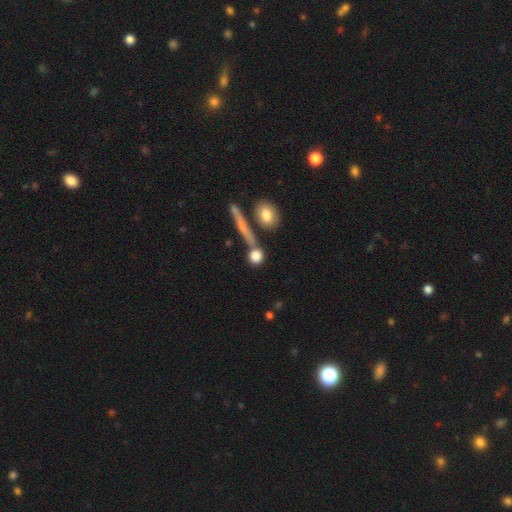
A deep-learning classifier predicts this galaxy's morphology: smooth_or_featured: smooth (p=0.81) [alt: featured or disk p=0.11]
how_rounded: round (p=0.74) [alt: in between p=0.16]
merging: none (p=0.66) [alt: merger p=0.17]